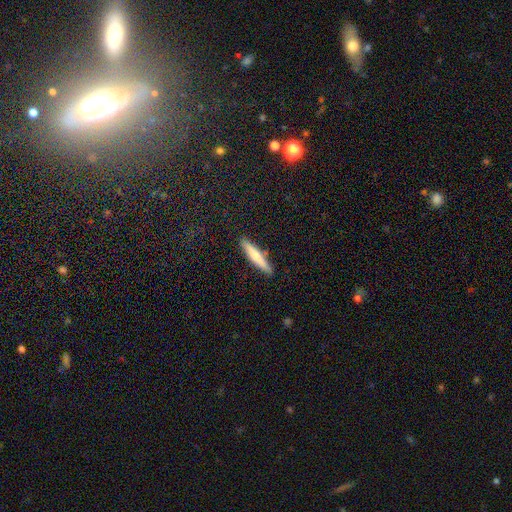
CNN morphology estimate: This is likely a smooth galaxy (69%). How rounded: clearly cigar-shaped (92%). Merging: clearly none (88%).